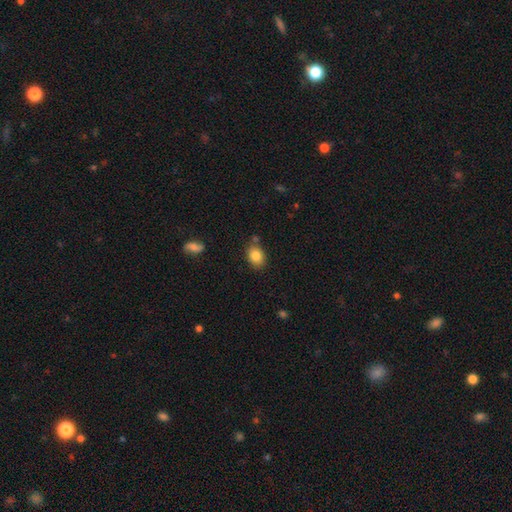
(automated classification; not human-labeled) smooth 84%, star or artifact 9%, featured or disk 8%. Down the decision tree: how rounded — in between (66%); merging — none (77%).